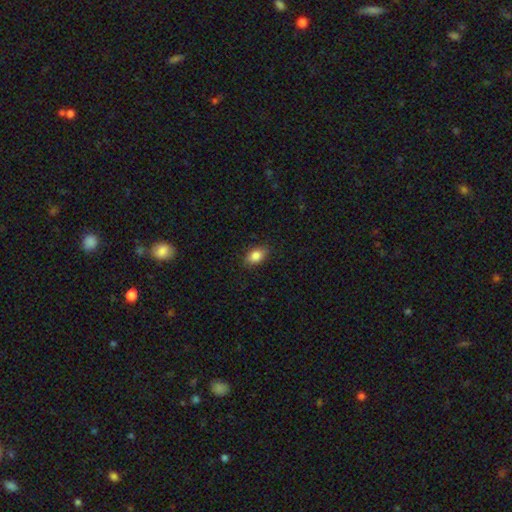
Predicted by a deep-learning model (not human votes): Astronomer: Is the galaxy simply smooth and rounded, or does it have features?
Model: smooth — 85%.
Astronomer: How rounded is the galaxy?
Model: in between — 86%.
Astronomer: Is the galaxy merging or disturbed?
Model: none — 86%.